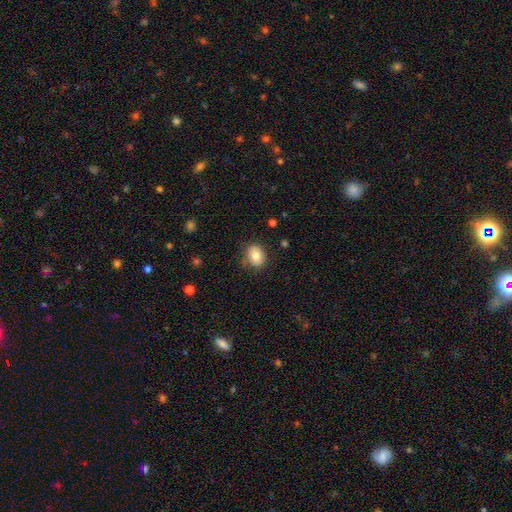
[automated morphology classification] type=smooth (80%); roundness=in between (52%); merging=none (82%).